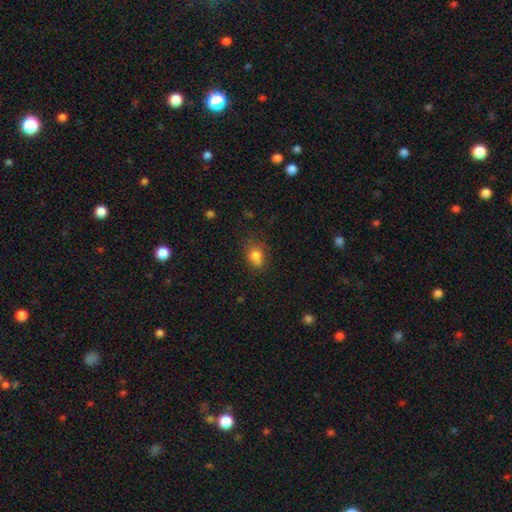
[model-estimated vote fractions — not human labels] smooth_or_featured: smooth (p=0.80) [alt: star or artifact p=0.12]
how_rounded: in between (p=0.52) [alt: round p=0.47]
merging: none (p=0.57) [alt: minor disturbance p=0.26]